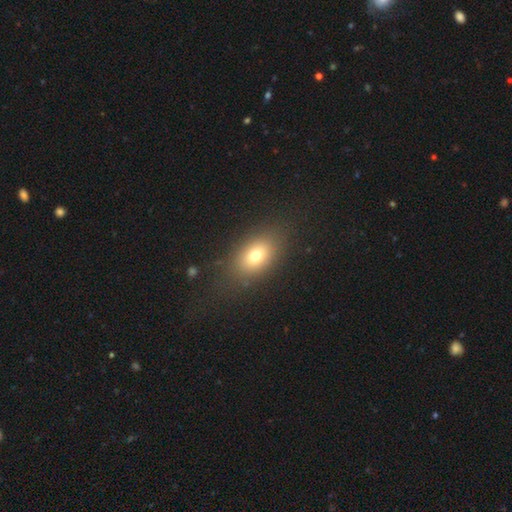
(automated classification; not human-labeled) This appears to be a smooth galaxy with no disk features (73%) that is in between round and cigar-shaped (81%). Merging: none (82%).